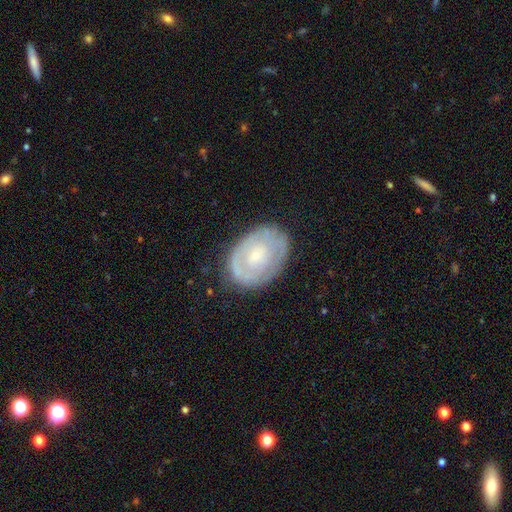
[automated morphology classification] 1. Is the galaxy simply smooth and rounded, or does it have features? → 58% featured or disk, 35% smooth, 7% star or artifact.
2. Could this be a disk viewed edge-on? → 95% no, 5% yes.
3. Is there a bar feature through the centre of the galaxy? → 79% no, 18% weak, 4% strong.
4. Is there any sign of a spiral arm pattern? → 54% yes, 46% no.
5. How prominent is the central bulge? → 69% small, 25% moderate, 3% none, 2% large, 1% dominant.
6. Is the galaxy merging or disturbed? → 75% none, 17% minor disturbance, 6% major disturbance, 1% merger.